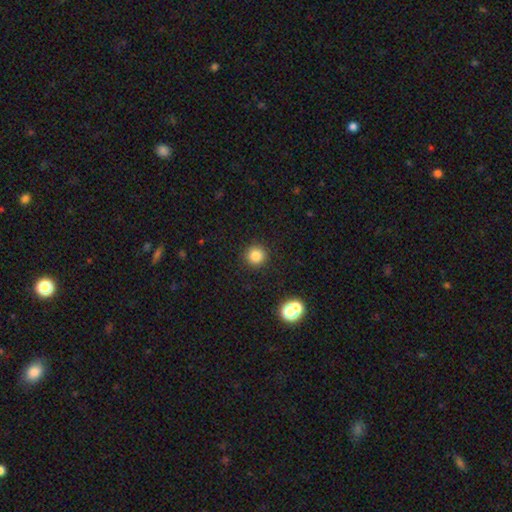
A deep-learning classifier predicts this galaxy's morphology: This appears to be a smooth galaxy with no disk features (83%) that is round (93%). Merging: none (91%).